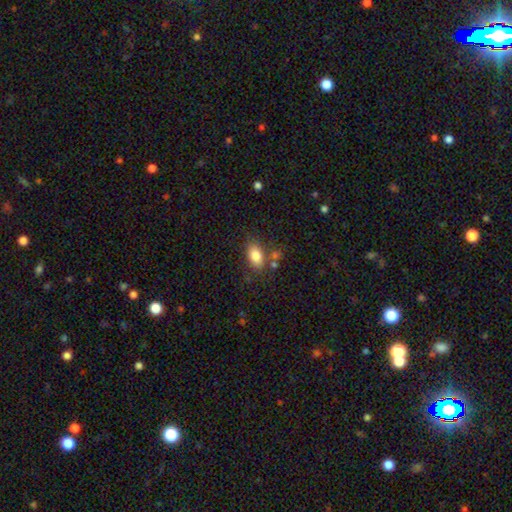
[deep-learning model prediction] This is clearly a smooth galaxy (82%). How rounded: clearly in between (88%). Merging: likely none (70%).